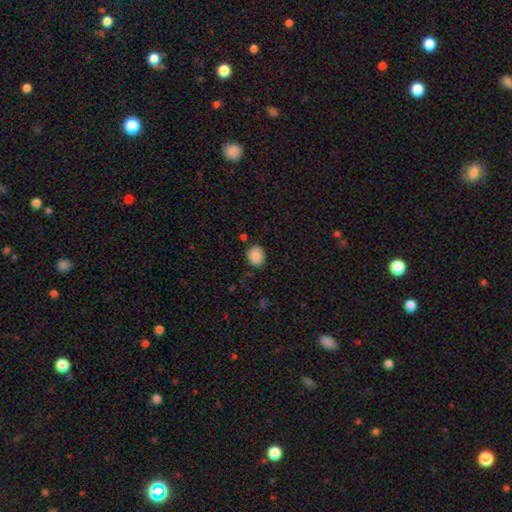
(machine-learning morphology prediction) Smooth or featured? smooth (88%)
How rounded? round (56%)
Merging? none (81%)